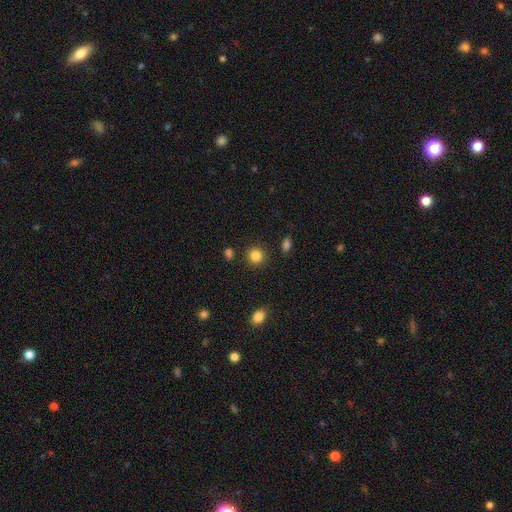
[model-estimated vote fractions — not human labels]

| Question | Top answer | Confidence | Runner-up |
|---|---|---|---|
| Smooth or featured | smooth | 85% | star or artifact (11%) |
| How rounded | round | 89% | in between (10%) |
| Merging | none | 88% | minor disturbance (7%) |